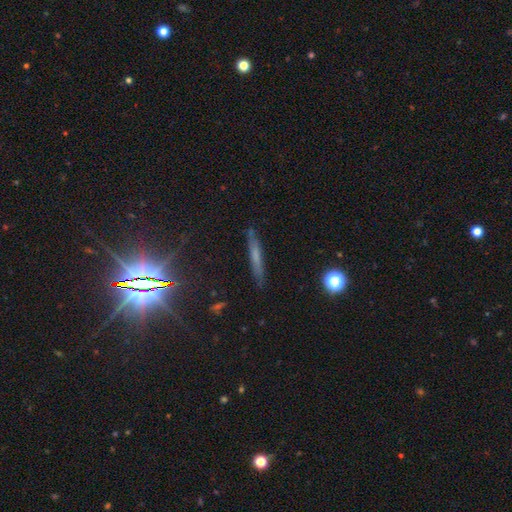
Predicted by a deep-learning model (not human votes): Morphology: type=smooth (48%); merging=none (84%).